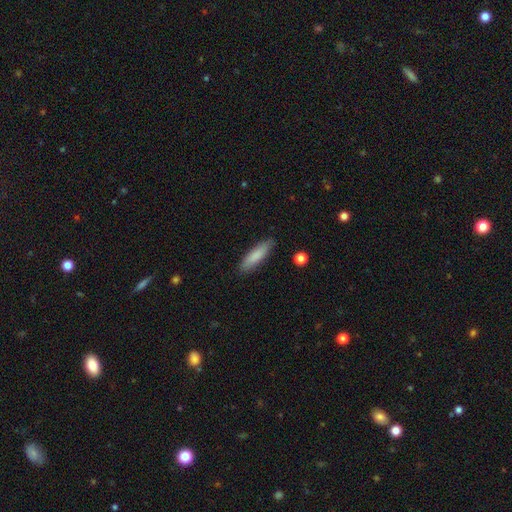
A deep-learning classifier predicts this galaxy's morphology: This is clearly a smooth galaxy (83%). How rounded: likely cigar-shaped (71%). Merging: clearly none (86%).